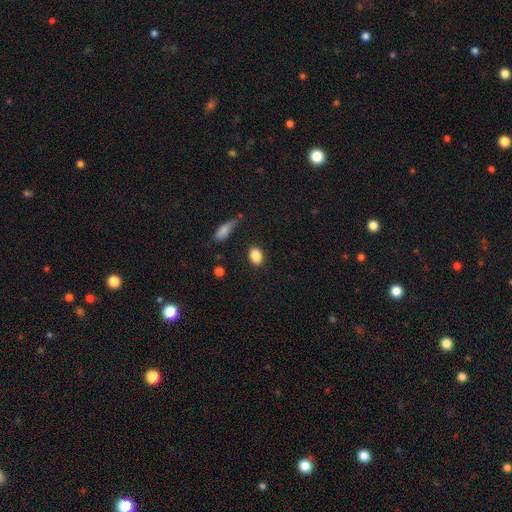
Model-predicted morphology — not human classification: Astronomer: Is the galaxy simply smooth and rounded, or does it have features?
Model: smooth — 86%.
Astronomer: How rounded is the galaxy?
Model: in between — 68%.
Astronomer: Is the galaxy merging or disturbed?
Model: none — 85%.